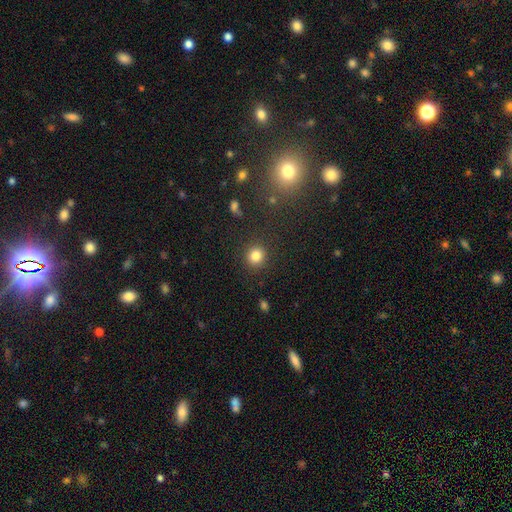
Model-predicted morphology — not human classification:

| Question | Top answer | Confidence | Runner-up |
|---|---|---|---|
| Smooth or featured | smooth | 83% | star or artifact (12%) |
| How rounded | round | 90% | in between (10%) |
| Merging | none | 89% | minor disturbance (6%) |